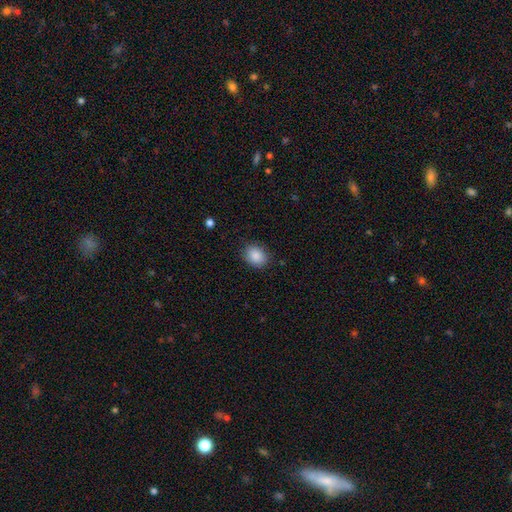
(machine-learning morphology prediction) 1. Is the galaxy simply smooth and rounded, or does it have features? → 88% smooth, 8% star or artifact, 4% featured or disk.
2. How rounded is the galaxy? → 50% in between, 49% round, 1% cigar-shaped.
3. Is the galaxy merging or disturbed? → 85% none, 11% minor disturbance, 3% major disturbance, 1% merger.